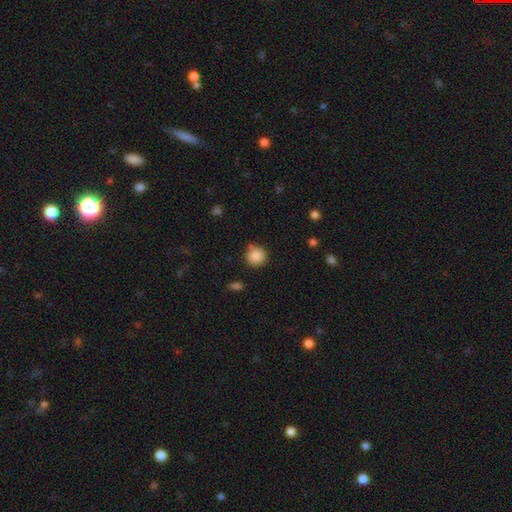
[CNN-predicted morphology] A smooth galaxy with no disk features (87%) that is round (93%).

Vote fractions:
- Smooth or featured? smooth: 87% / star or artifact: 9% / featured or disk: 4%
- How rounded? round: 93% / in between: 6% / cigar-shaped: 1%
- Merging? none: 79% / minor disturbance: 13% / merger: 5% / major disturbance: 3%